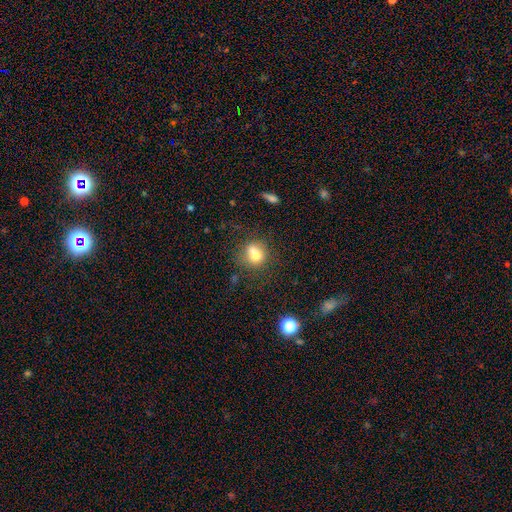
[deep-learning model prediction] Smooth or featured? smooth (67%)
How rounded? round (72%)
Merging? merger (49%)